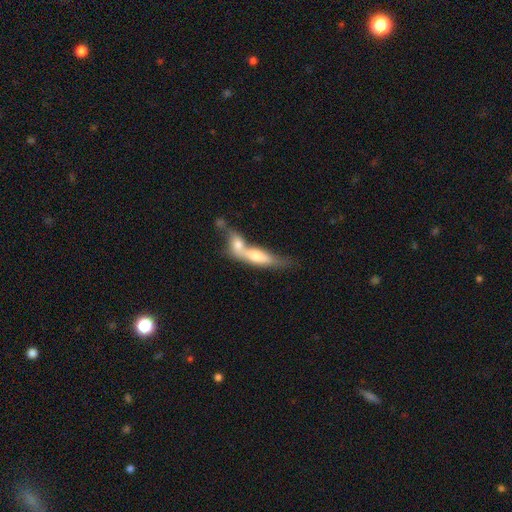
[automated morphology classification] Smooth or featured? smooth (53%)
How rounded? cigar-shaped (57%)
Merging? merger (71%)